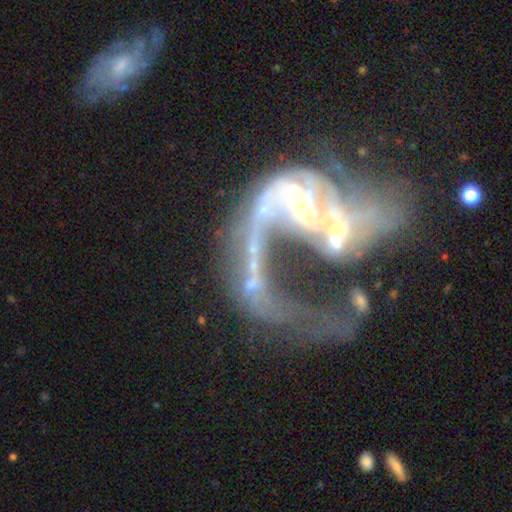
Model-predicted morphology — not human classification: This appears to be a featured or disk galaxy (80%) with no bar (56%), 2 (36%) loose (71%) spiral arms (72%) and a small central bulge (40%). Merging: merger (60%).